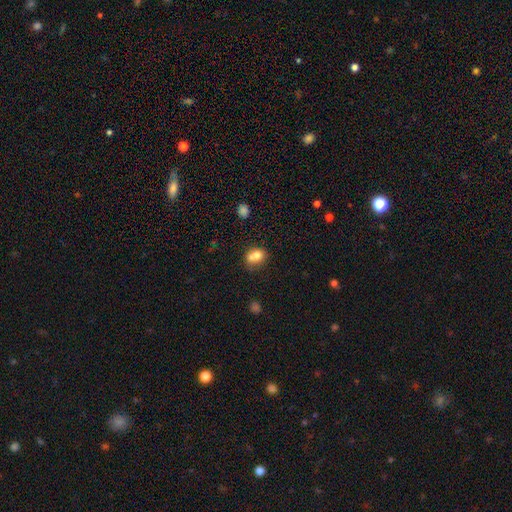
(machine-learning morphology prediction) Smooth or featured?
  - smooth: 74% *
  - featured or disk: 16%
  - star or artifact: 10%
How rounded?
  - round: 51% *
  - in between: 48%
  - cigar-shaped: 1%
Merging?
  - merger: 48% *
  - none: 34%
  - minor disturbance: 13%
  - major disturbance: 5%